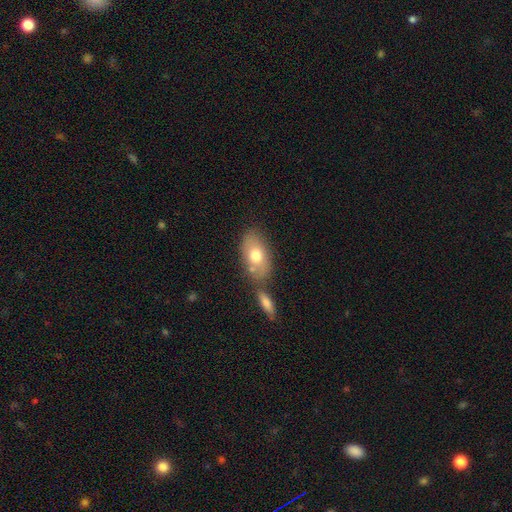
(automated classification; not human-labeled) Smooth or featured: smooth — 69% (featured or disk — 25%)
How rounded: in between — 89% (round — 8%)
Merging: none — 57% (merger — 24%)